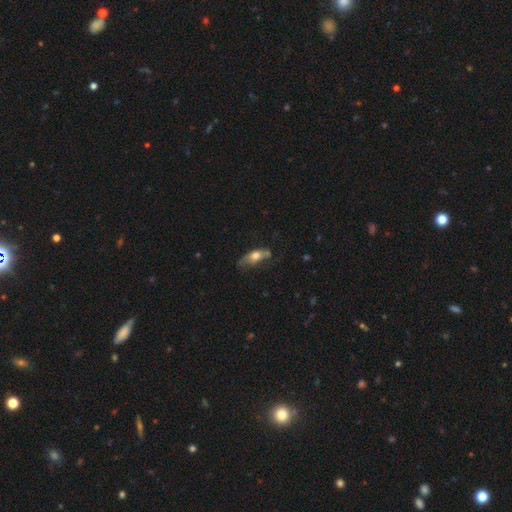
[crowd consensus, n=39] Smooth or featured: smooth — 64% (featured or disk — 31%)
How rounded: in between — 72% (cigar-shaped — 20%)
Merging: minor disturbance — 41% (major disturbance — 27%)